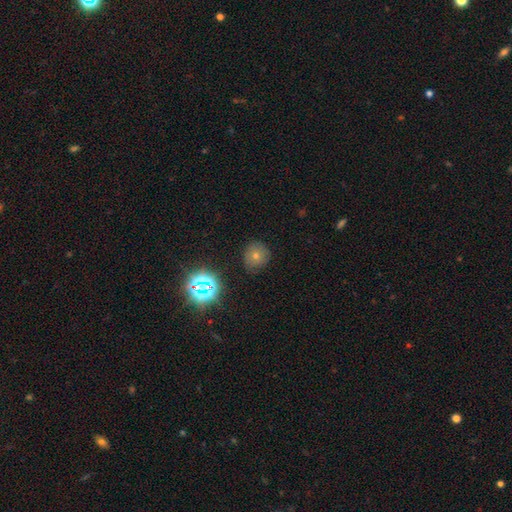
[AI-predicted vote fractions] smooth-or-featured: smooth: 63% | star or artifact: 22% | featured or disk: 15%
  how-rounded: round: 84% | in between: 15% | cigar-shaped: 1%
  merging: none: 80% | minor disturbance: 14% | major disturbance: 4% | merger: 2%